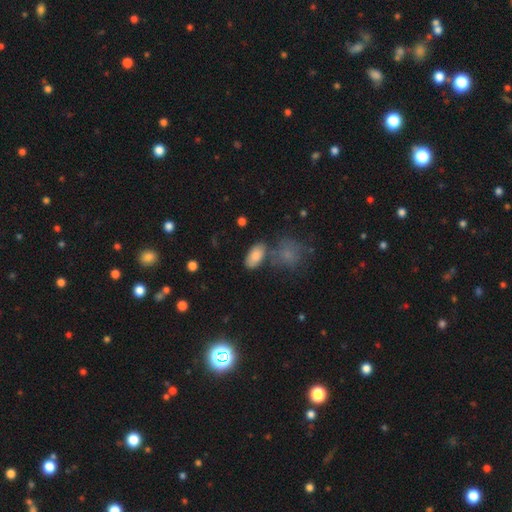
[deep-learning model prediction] This appears to be a smooth galaxy with no disk features (85%) that is in between round and cigar-shaped (93%). Merging: none (63%).